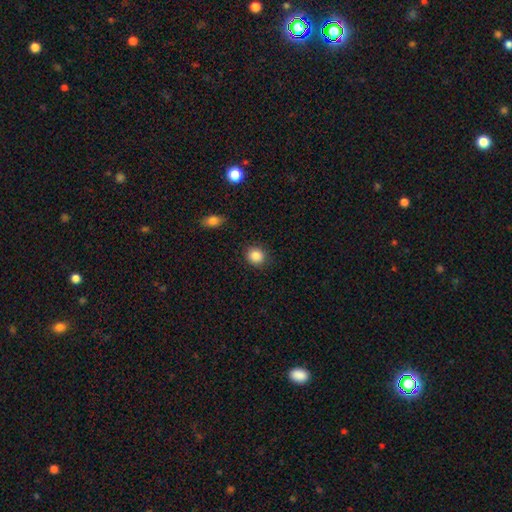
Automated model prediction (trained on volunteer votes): Smooth or featured? smooth (87%)
How rounded? round (81%)
Merging? none (89%)